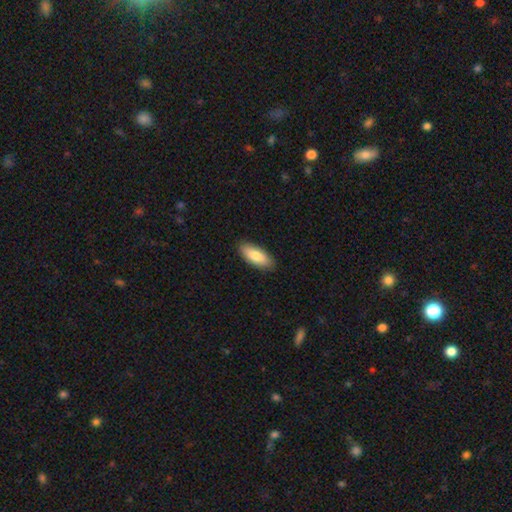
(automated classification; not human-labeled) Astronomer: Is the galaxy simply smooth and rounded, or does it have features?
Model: smooth — 82%.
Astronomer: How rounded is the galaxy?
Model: in between — 81%.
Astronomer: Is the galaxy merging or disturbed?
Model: none — 89%.